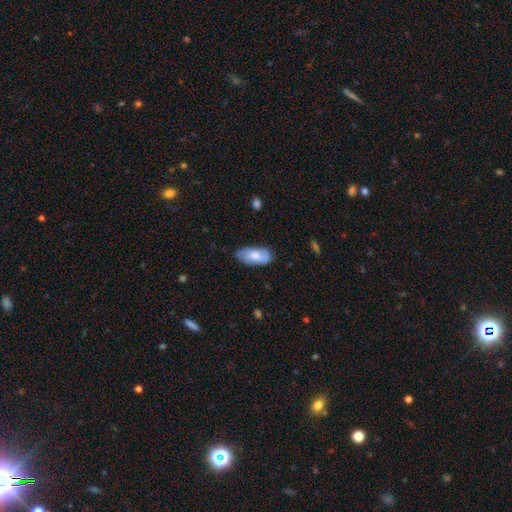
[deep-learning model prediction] Smooth or featured? Predicted: smooth (p=0.66). How rounded? Predicted: in between (p=0.91). Merging? Predicted: none (p=0.65).